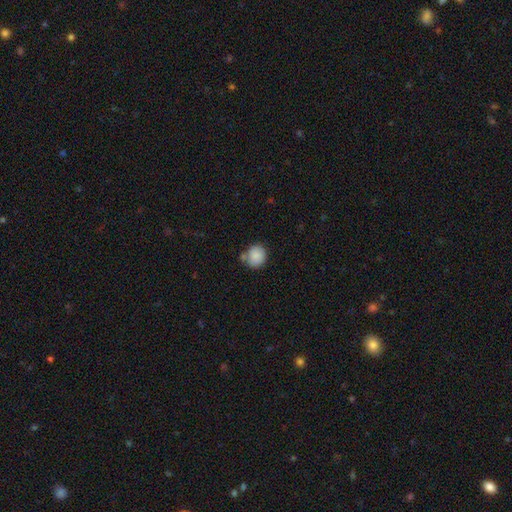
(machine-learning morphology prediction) Overall: smooth (87%). How rounded: round (78%). Merging: none (61%).